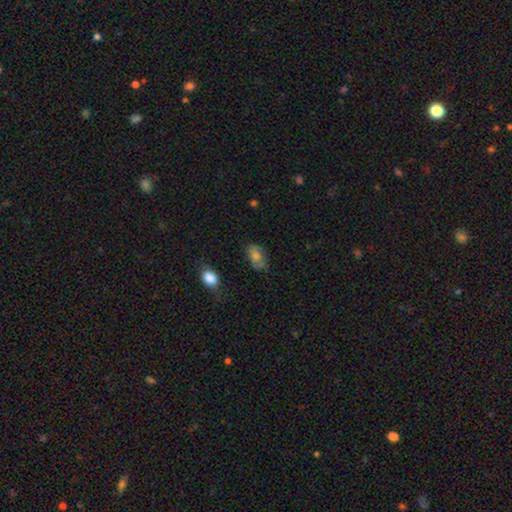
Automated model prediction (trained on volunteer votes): Smooth or featured: smooth — 68% (featured or disk — 22%)
How rounded: in between — 89% (round — 9%)
Merging: none — 64% (minor disturbance — 25%)